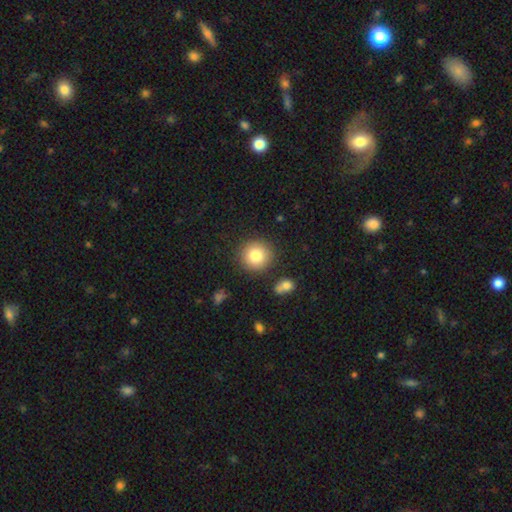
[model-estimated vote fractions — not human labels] smooth 82%, star or artifact 9%, featured or disk 8%. Down the decision tree: how rounded — round (92%); merging — none (87%).